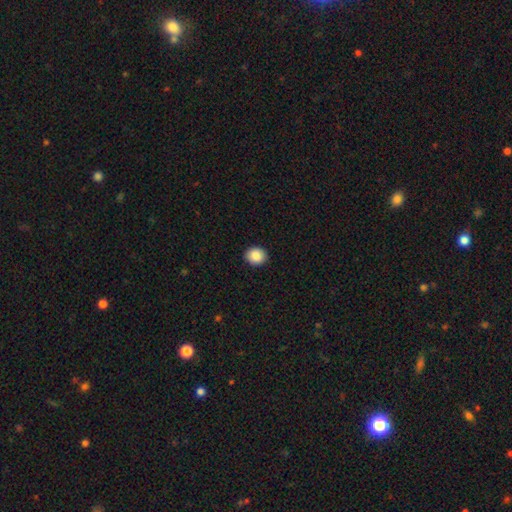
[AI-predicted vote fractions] Q: Smooth or featured?
A: smooth (88%); runner-up: star or artifact (8%)
Q: How rounded?
A: round (75%); runner-up: in between (24%)
Q: Merging?
A: none (92%); runner-up: minor disturbance (6%)